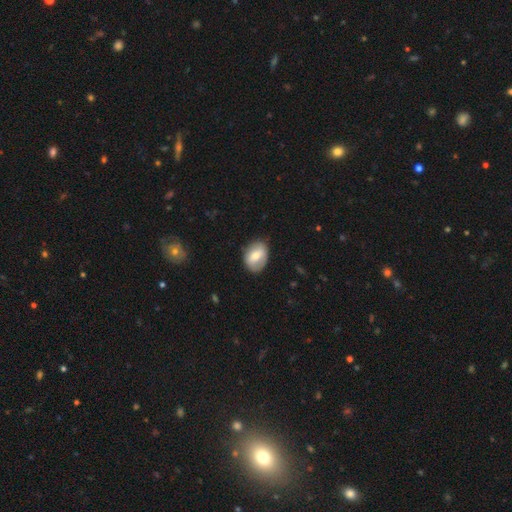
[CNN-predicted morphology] The model was most divided on "smooth or featured": smooth: 65%, featured or disk: 29%, star or artifact: 7%. More confident: merging — none (78%); how rounded — in between (73%).